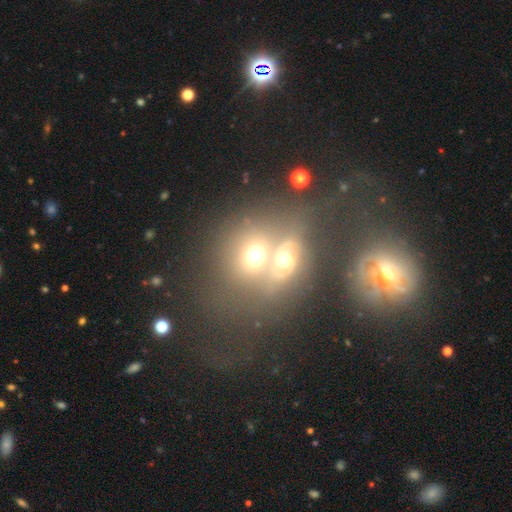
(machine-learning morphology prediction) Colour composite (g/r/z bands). It shows a smooth galaxy with no disk features (49%). Merging: merger (69%).